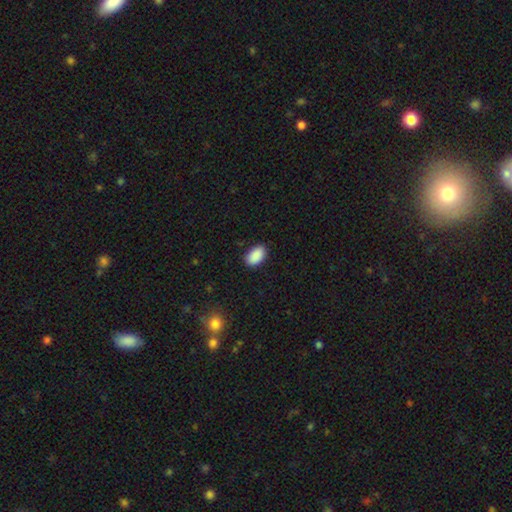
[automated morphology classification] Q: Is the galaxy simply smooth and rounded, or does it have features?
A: smooth — 90%.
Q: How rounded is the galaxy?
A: in between — 93%.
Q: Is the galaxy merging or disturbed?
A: none — 87%.